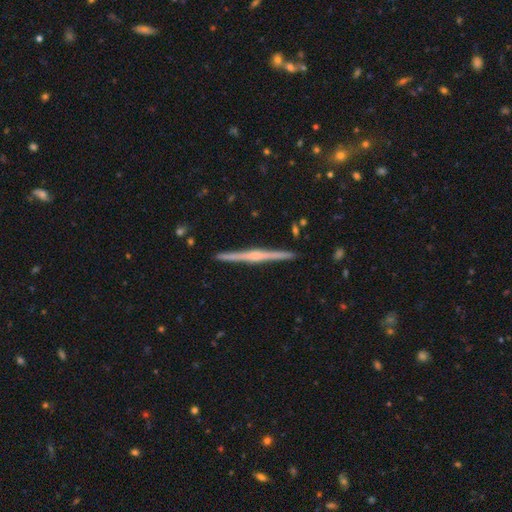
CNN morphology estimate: A featured or disk galaxy (81%) viewed edge-on (99%) with a rounded central bulge (70%). Merging: none (93%).